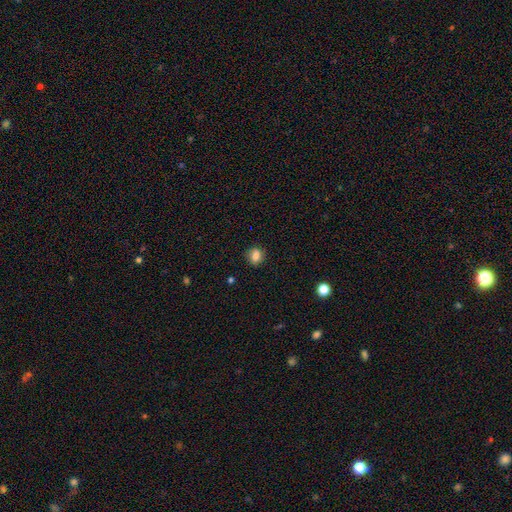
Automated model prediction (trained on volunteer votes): smooth-or-featured: smooth: 77% | featured or disk: 13% | star or artifact: 11%
  how-rounded: round: 66% | in between: 33% | cigar-shaped: 1%
  merging: none: 83% | minor disturbance: 12% | major disturbance: 3% | merger: 2%